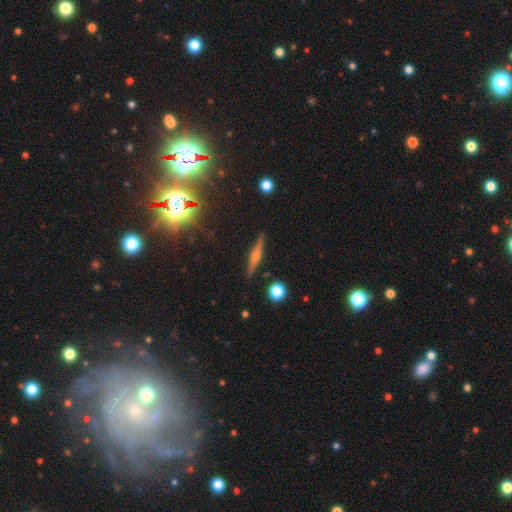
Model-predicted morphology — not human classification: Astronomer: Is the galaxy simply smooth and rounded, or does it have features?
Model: featured or disk — 67%.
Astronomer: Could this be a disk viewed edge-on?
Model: yes — 97%.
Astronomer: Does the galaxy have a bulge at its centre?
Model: rounded — 76%.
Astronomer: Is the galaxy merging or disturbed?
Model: none — 89%.